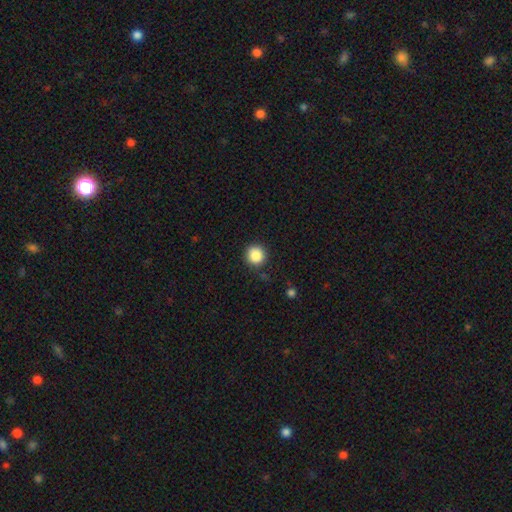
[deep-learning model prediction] Smooth or featured? Predicted: smooth (p=0.87). How rounded? Predicted: round (p=0.94). Merging? Predicted: none (p=0.88).